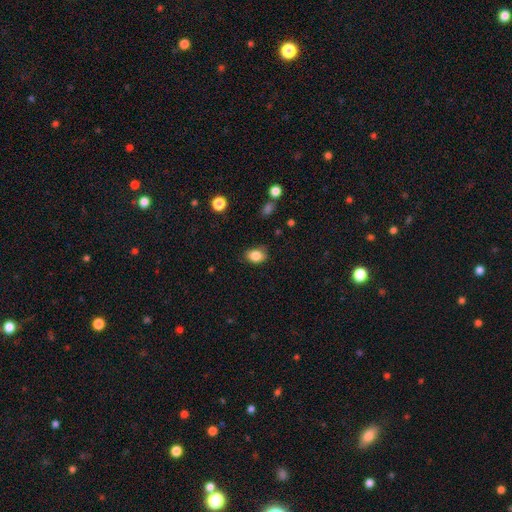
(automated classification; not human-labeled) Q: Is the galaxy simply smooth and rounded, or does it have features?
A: smooth — 85%.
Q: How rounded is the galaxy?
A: in between — 72%.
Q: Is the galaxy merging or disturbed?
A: none — 76%.